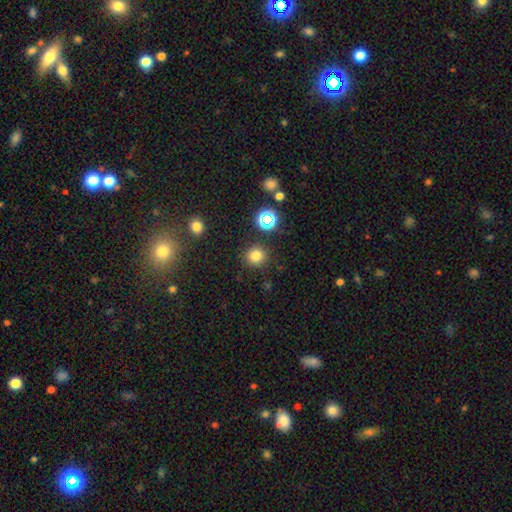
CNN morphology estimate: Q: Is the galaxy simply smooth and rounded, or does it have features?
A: smooth — 77%.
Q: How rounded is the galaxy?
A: round — 91%.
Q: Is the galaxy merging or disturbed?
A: none — 87%.